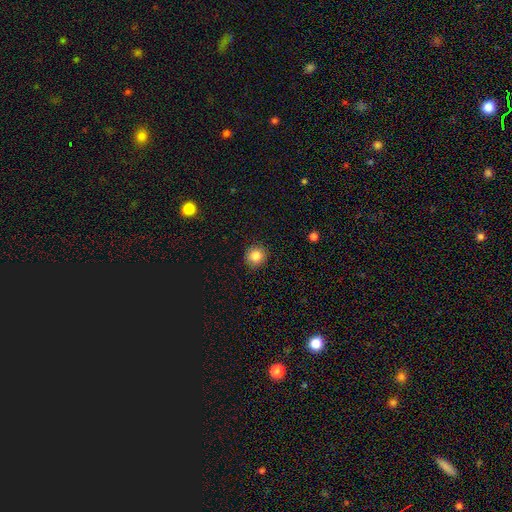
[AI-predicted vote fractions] Morphology: type=smooth (84%); roundness=round (91%); merging=none (90%).